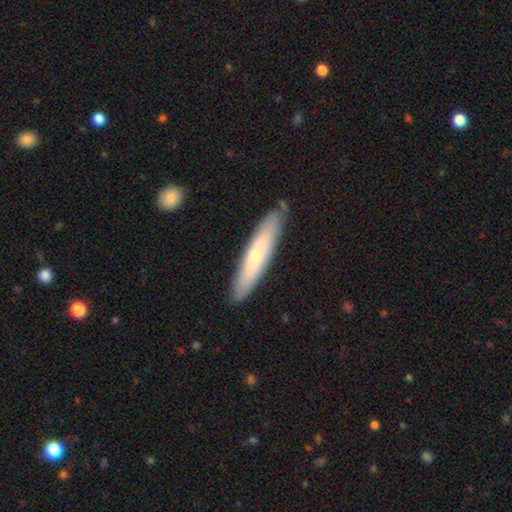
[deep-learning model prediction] Smooth or featured? Predicted: smooth (p=0.56). How rounded? Predicted: cigar-shaped (p=0.87). Merging? Predicted: none (p=0.86).